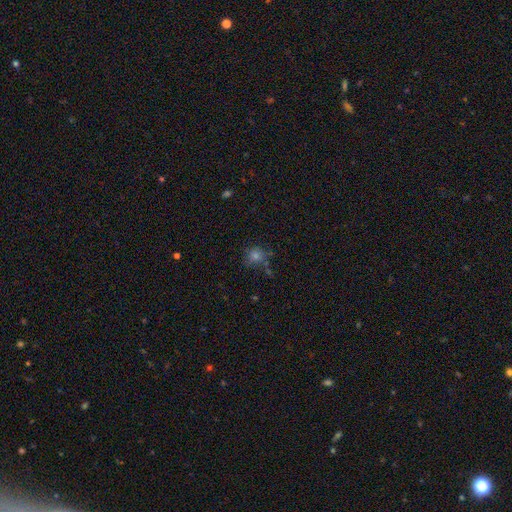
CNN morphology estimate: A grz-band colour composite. It shows a smooth galaxy with no disk features (60%) that is round (84%). Merging: none (71%).